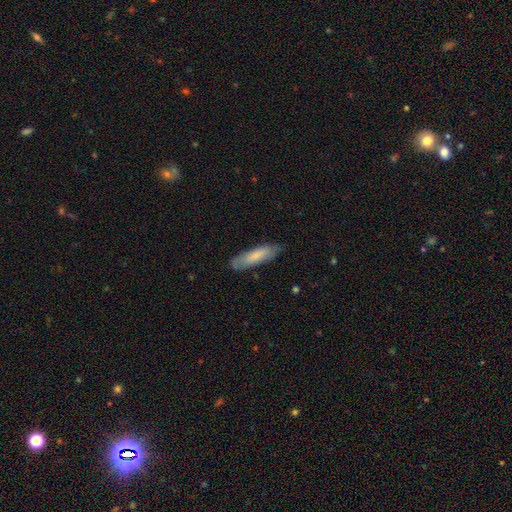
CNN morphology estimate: A smooth galaxy with no disk features (74%) that is cigar-shaped (66%).

Vote fractions:
- Smooth or featured? smooth: 74% / featured or disk: 21% / star or artifact: 6%
- How rounded? cigar-shaped: 66% / in between: 33% / round: 1%
- Merging? none: 81% / minor disturbance: 15% / major disturbance: 3% / merger: 1%